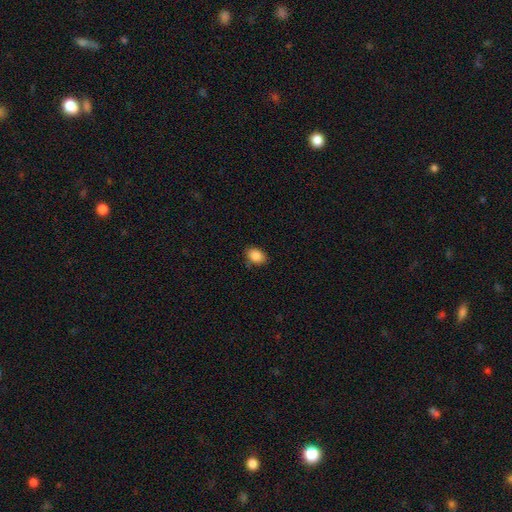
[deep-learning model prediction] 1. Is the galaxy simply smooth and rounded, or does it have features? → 87% smooth, 8% star or artifact, 5% featured or disk.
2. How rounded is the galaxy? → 77% in between, 22% round, 1% cigar-shaped.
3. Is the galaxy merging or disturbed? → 81% none, 14% minor disturbance, 3% major disturbance, 2% merger.